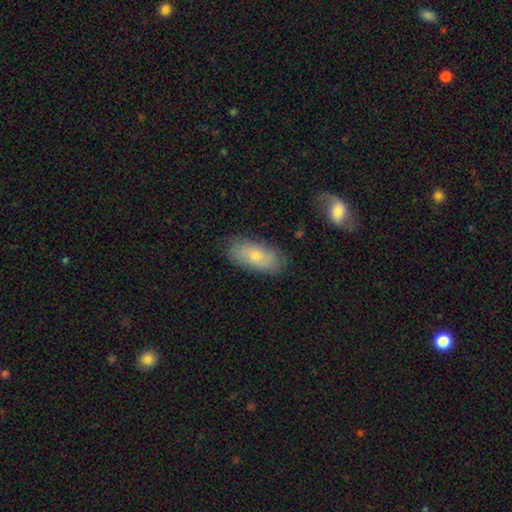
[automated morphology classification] This appears to be a smooth galaxy with no disk features (67%) that is in between round and cigar-shaped (89%). Merging: none (81%).